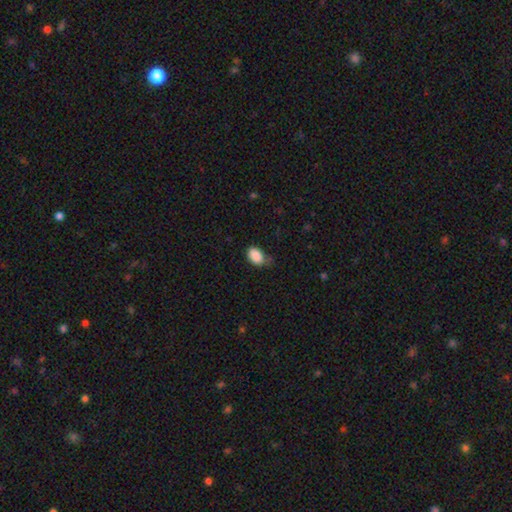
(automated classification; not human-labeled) smooth 88%, star or artifact 8%, featured or disk 4%. Down the decision tree: how rounded — in between (88%); merging — none (58%).